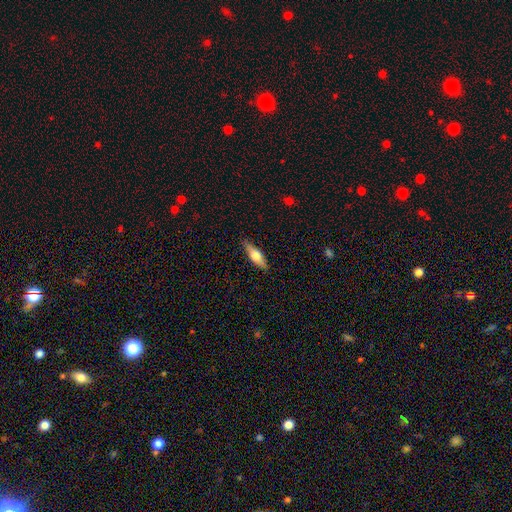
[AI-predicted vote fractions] Morphology: type=smooth (57%); roundness=cigar-shaped (52%); merging=none (87%).